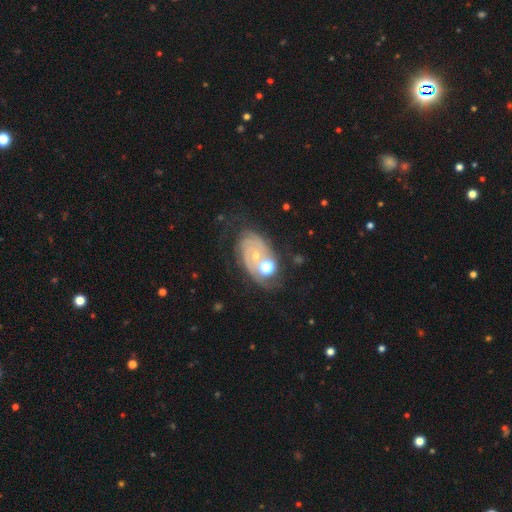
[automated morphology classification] smooth-or-featured: featured or disk: 77% | smooth: 12% | star or artifact: 11%
  disk-edge-on: no: 97% | yes: 3%
    bar: no: 75% | weak: 20% | strong: 6%
    has-spiral-arms: yes: 90% | no: 10%
      spiral-winding: tight: 62% | medium: 29% | loose: 9%
      spiral-arm-count: 2: 44% | can't tell: 27% | 3: 12% | 1: 7% | 4: 5% | more than 4: 4%
    bulge-size: small: 55% | moderate: 38% | large: 3% | none: 3% | dominant: 2%
  merging: none: 54% | minor disturbance: 20% | major disturbance: 15% | merger: 11%